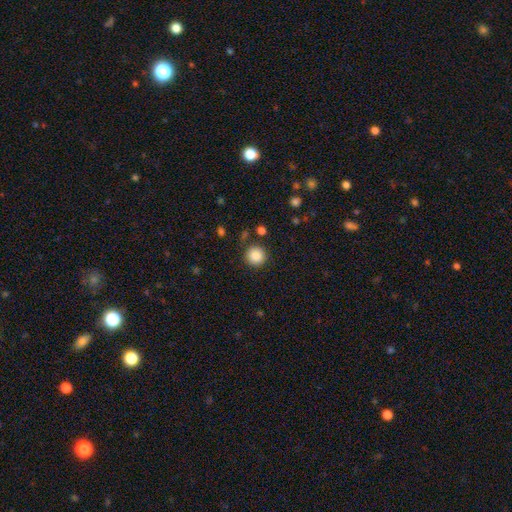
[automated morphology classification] A smooth galaxy with no disk features (87%) that is round (95%).

Vote fractions:
- Smooth or featured? smooth: 87% / star or artifact: 9% / featured or disk: 3%
- How rounded? round: 95% / in between: 4% / cigar-shaped: 1%
- Merging? none: 87% / minor disturbance: 7% / major disturbance: 3% / merger: 2%